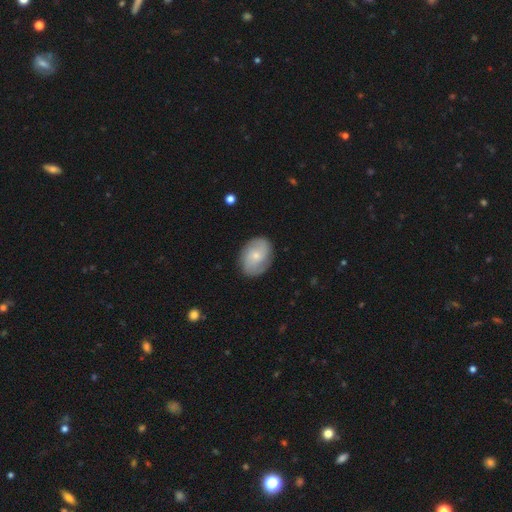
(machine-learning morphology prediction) The model was most divided on "smooth or featured": featured or disk: 55%, smooth: 38%, star or artifact: 7%. More confident: edge-on disk — no (96%); spiral arms — yes (84%); merging — none (81%); bar — no (71%); bulge size — small (69%).